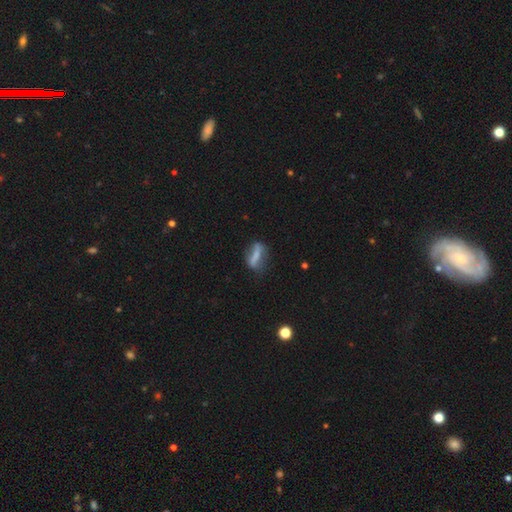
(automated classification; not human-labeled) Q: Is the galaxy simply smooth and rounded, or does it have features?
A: smooth — 48%.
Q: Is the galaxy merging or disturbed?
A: none — 63%.